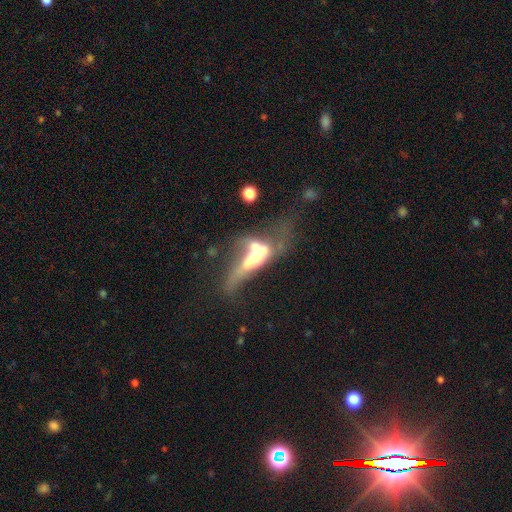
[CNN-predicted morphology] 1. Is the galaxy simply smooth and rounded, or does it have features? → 53% featured or disk, 37% smooth, 10% star or artifact.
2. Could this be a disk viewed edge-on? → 74% no, 26% yes.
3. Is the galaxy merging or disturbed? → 59% merger, 23% major disturbance, 10% none, 8% minor disturbance.